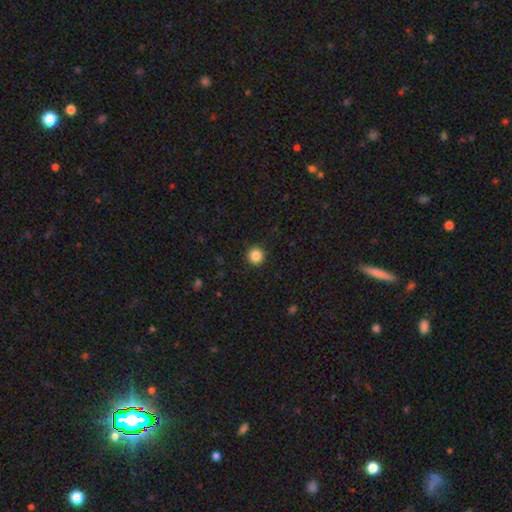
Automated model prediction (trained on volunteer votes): smooth_or_featured: smooth (p=0.86) [alt: star or artifact p=0.10]
how_rounded: round (p=0.96) [alt: in between p=0.03]
merging: none (p=0.93) [alt: minor disturbance p=0.05]